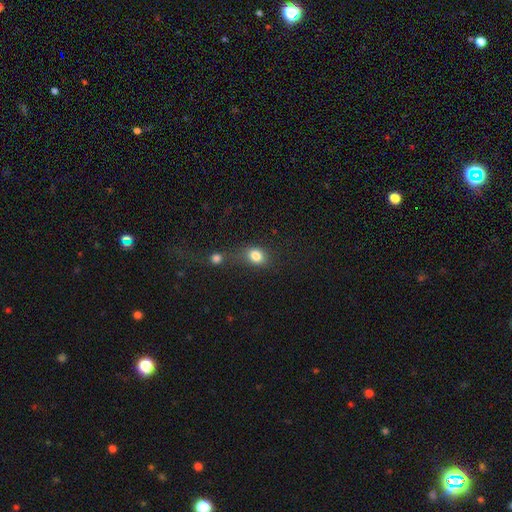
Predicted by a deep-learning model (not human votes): Q: Smooth or featured?
A: smooth (81%); runner-up: star or artifact (11%)
Q: How rounded?
A: in between (52%); runner-up: round (46%)
Q: Merging?
A: none (46%); runner-up: merger (30%)